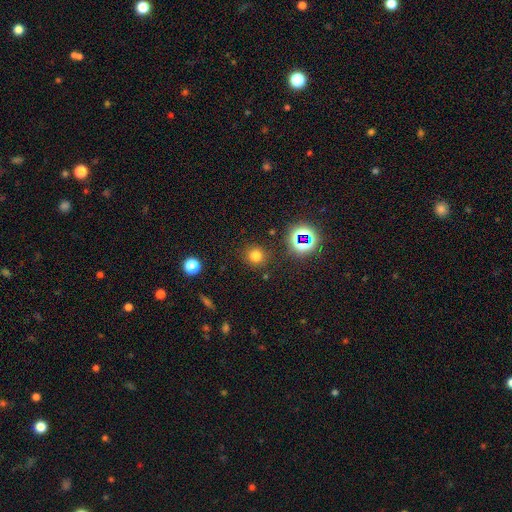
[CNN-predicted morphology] Smooth or featured: smooth — 70% (star or artifact — 23%)
How rounded: round — 91% (in between — 8%)
Merging: none — 87% (minor disturbance — 8%)